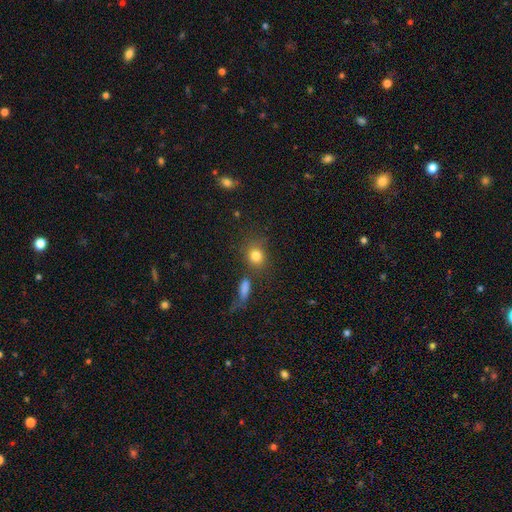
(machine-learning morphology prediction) Smooth or featured?
  - smooth: 81% *
  - star or artifact: 11%
  - featured or disk: 8%
How rounded?
  - round: 70% *
  - in between: 28%
  - cigar-shaped: 2%
Merging?
  - none: 64% *
  - merger: 15%
  - minor disturbance: 14%
  - major disturbance: 8%